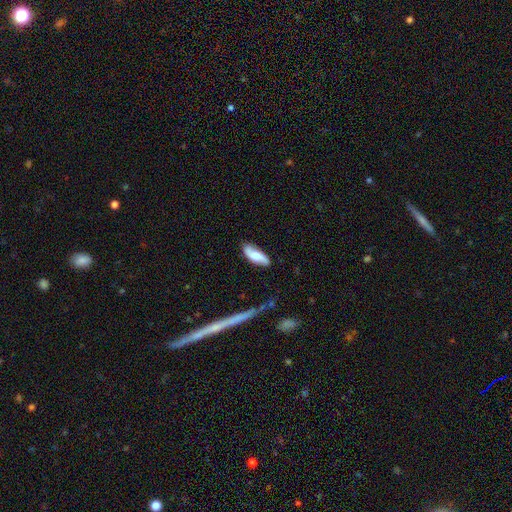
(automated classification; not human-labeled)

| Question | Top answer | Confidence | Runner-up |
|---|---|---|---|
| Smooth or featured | smooth | 50% | featured or disk (43%) |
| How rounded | in between | 68% | cigar-shaped (30%) |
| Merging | none | 76% | minor disturbance (18%) |